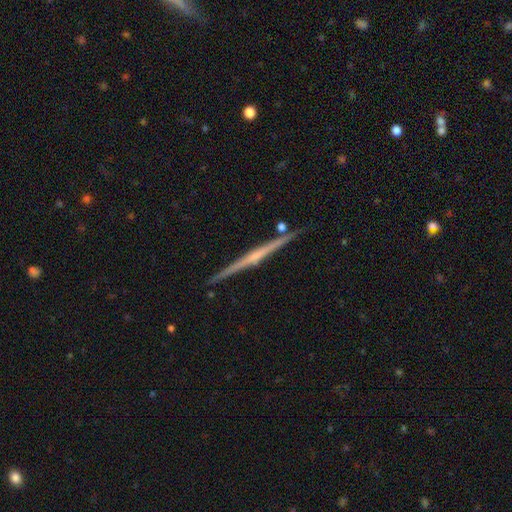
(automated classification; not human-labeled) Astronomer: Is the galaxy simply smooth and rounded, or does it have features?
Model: featured or disk — 82%.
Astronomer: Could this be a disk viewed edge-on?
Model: yes — 99%.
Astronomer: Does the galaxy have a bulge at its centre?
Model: rounded — 61%.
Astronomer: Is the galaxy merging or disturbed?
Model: none — 90%.